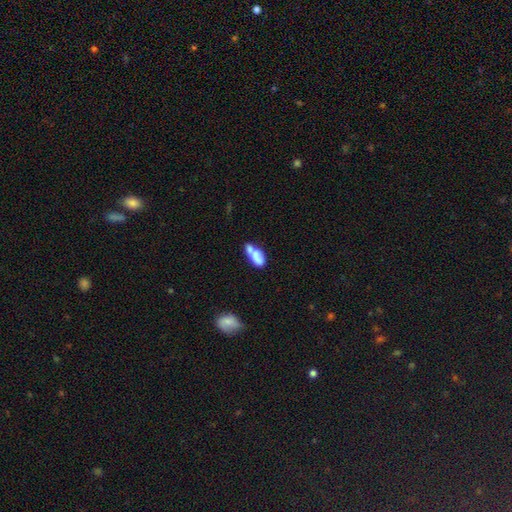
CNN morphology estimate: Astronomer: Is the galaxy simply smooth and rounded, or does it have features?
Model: smooth — 68%.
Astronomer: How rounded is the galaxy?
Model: in between — 85%.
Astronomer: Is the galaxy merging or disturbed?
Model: merger — 53%.